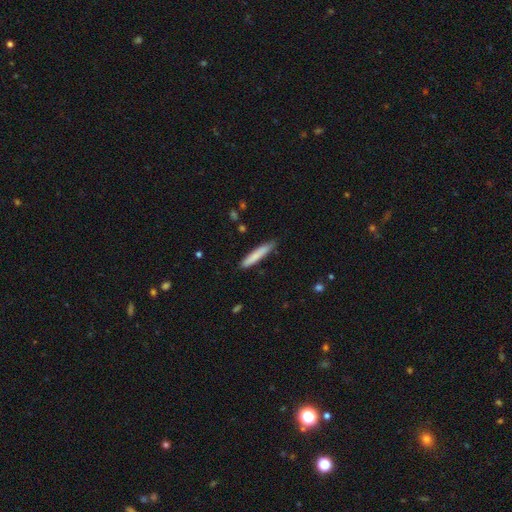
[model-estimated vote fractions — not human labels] Smooth or featured? Predicted: smooth (p=0.78). How rounded? Predicted: cigar-shaped (p=0.92). Merging? Predicted: none (p=0.80).